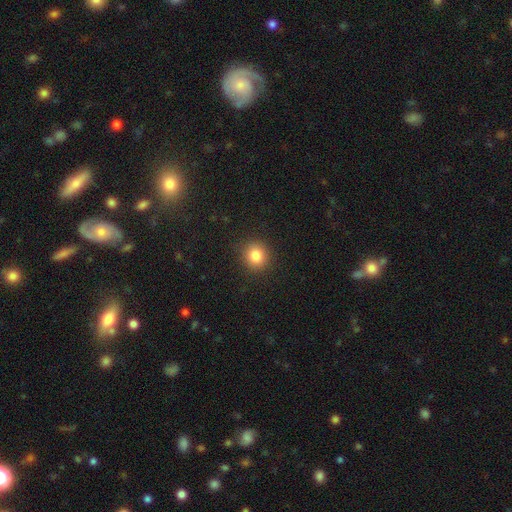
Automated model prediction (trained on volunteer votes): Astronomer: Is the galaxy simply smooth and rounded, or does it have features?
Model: smooth — 83%.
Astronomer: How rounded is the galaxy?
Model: round — 87%.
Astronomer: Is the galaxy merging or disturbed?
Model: none — 90%.